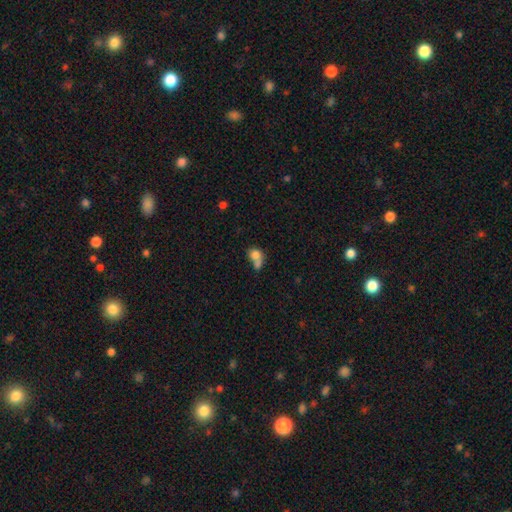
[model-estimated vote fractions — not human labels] A smooth galaxy with no disk features (75%) that is round (54%).

Vote fractions:
- Smooth or featured? smooth: 75% / featured or disk: 15% / star or artifact: 10%
- How rounded? round: 54% / in between: 44% / cigar-shaped: 2%
- Merging? merger: 60% / none: 23% / minor disturbance: 10% / major disturbance: 8%